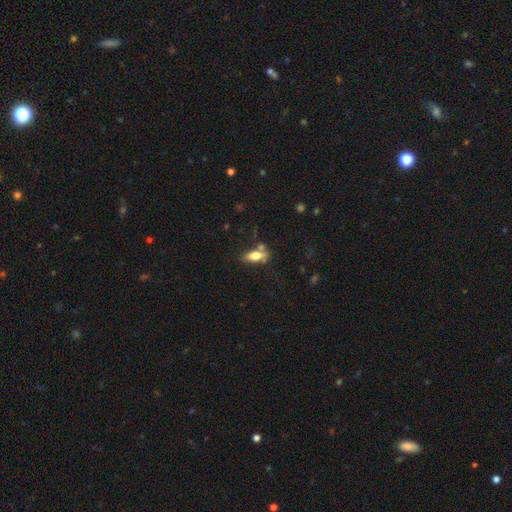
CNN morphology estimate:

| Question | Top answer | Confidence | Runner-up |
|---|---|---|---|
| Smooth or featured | smooth | 72% | featured or disk (20%) |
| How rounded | in between | 79% | cigar-shaped (17%) |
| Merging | none | 56% | minor disturbance (19%) |